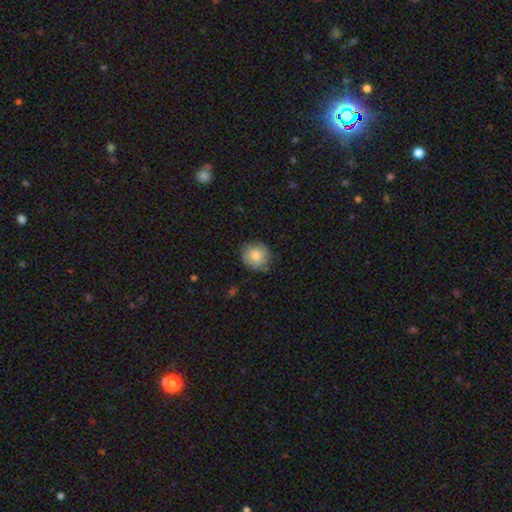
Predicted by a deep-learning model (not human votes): Smooth or featured?
  - smooth: 79% *
  - featured or disk: 14%
  - star or artifact: 7%
How rounded?
  - round: 85% *
  - in between: 14%
  - cigar-shaped: 1%
Merging?
  - none: 74% *
  - minor disturbance: 21%
  - major disturbance: 4%
  - merger: 1%